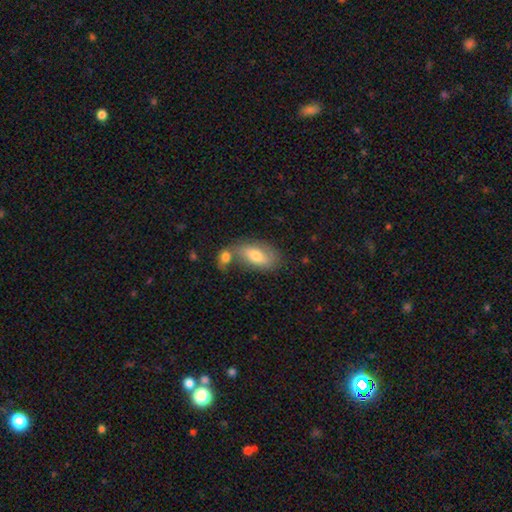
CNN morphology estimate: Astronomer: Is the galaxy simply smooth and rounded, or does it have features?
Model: smooth — 70%.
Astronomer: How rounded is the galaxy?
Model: in between — 89%.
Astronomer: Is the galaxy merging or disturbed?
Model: none — 47% (runner-up: merger, 33%).